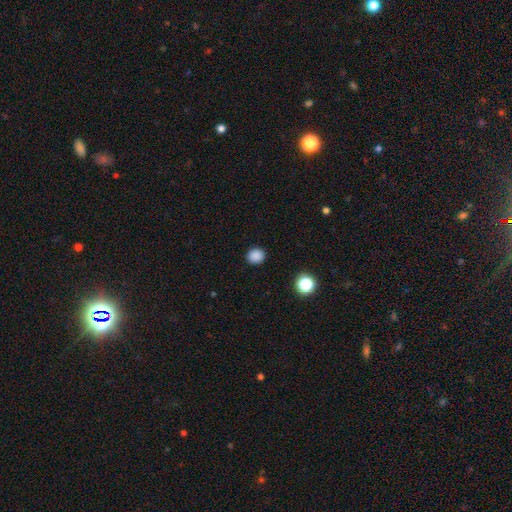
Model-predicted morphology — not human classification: Q: Smooth or featured?
A: smooth (86%); runner-up: star or artifact (12%)
Q: How rounded?
A: round (85%); runner-up: in between (14%)
Q: Merging?
A: none (91%); runner-up: minor disturbance (6%)